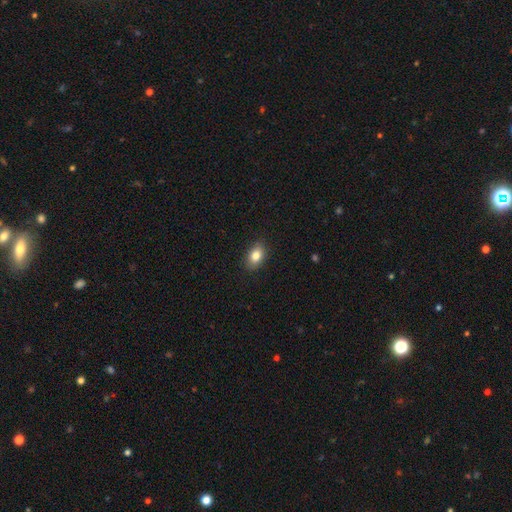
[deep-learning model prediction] Smooth or featured? smooth (83%)
How rounded? in between (82%)
Merging? none (88%)